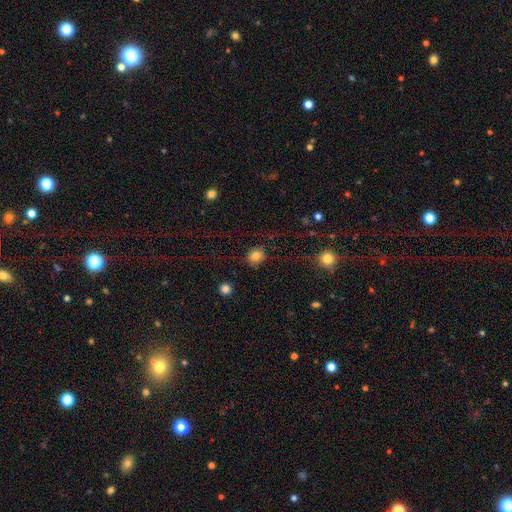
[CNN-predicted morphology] smooth_or_featured: smooth (p=0.83) [alt: star or artifact p=0.11]
how_rounded: round (p=0.80) [alt: in between p=0.19]
merging: none (p=0.85) [alt: minor disturbance p=0.10]